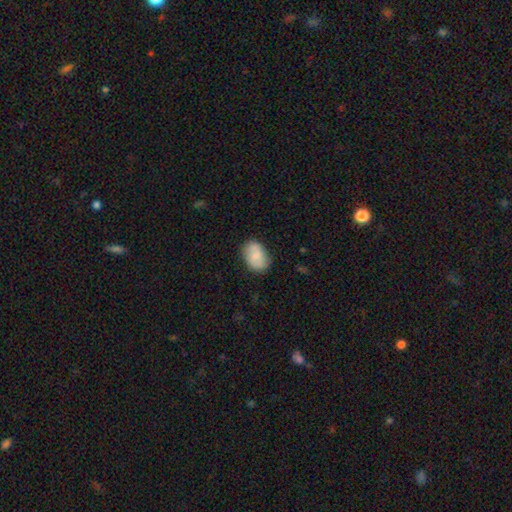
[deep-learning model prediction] Smooth or featured: smooth — 70% (featured or disk — 24%)
How rounded: in between — 83% (round — 15%)
Merging: none — 77% (minor disturbance — 17%)